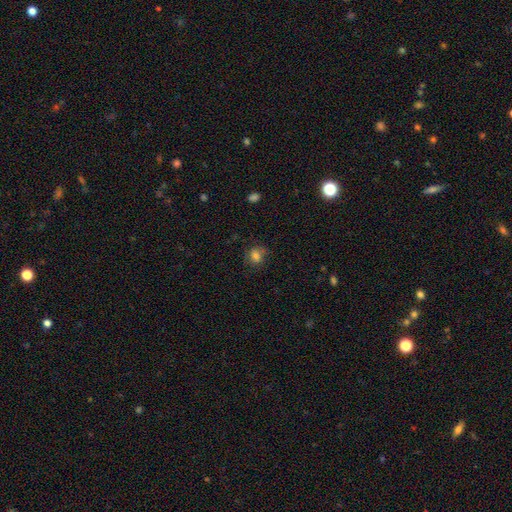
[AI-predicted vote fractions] This is likely a smooth galaxy (78%). How rounded: likely round (65%). Merging: likely none (76%).